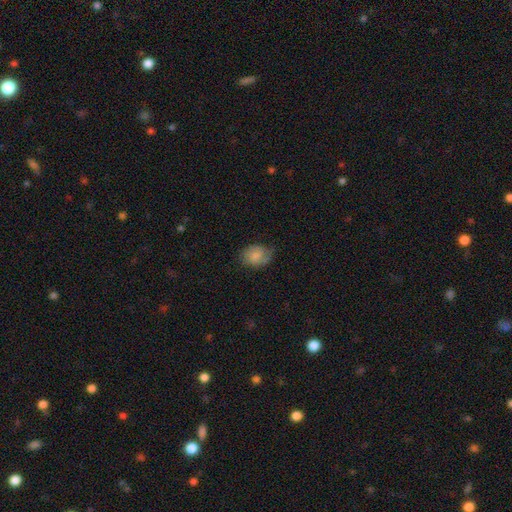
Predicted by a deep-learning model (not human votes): Smooth or featured? smooth (73%)
How rounded? in between (65%)
Merging? none (57%)